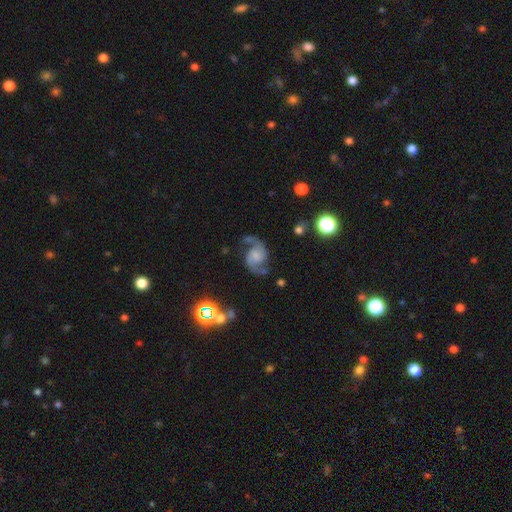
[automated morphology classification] The model was most divided on "spiral winding": medium: 50%, loose: 41%, tight: 10%. Remaining: edge-on disk — no (98%); spiral arms — yes (98%); spiral arm count — 2 (94%); smooth or featured — featured or disk (89%); merging — none (74%); bar — no (56%); bulge size — none (46%).